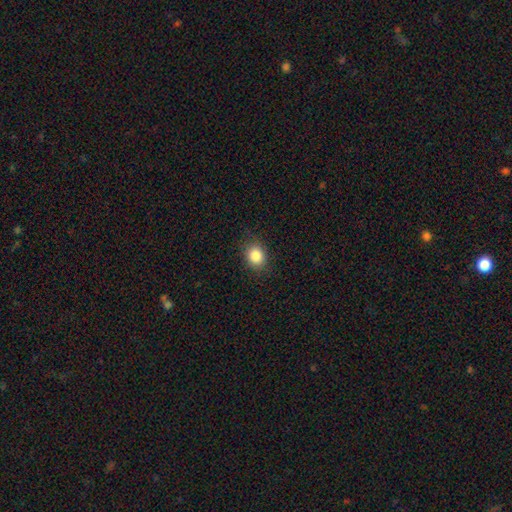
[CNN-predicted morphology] Smooth or featured?
  - smooth: 85% *
  - star or artifact: 10%
  - featured or disk: 5%
How rounded?
  - round: 58% *
  - in between: 42%
  - cigar-shaped: 1%
Merging?
  - none: 86% *
  - minor disturbance: 10%
  - major disturbance: 3%
  - merger: 1%